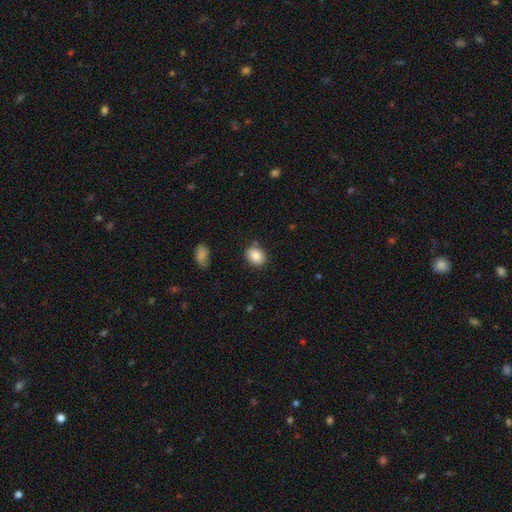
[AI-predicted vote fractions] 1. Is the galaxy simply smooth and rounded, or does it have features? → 86% smooth, 8% star or artifact, 6% featured or disk.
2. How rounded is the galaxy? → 63% in between, 36% round, 1% cigar-shaped.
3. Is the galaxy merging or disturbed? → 78% none, 15% minor disturbance, 4% merger, 3% major disturbance.